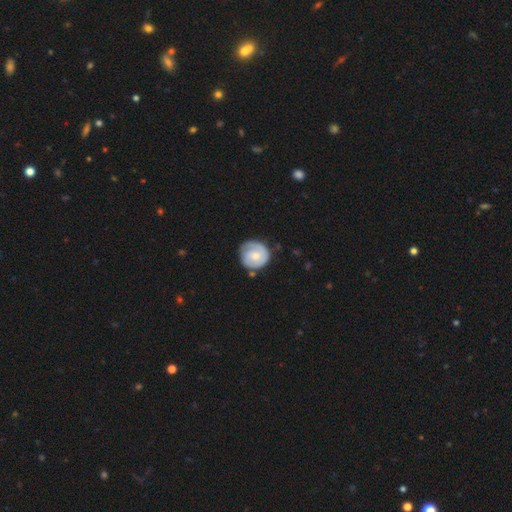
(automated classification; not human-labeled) A featured or disk galaxy (59%) with no bar (70%), spiral arms (84%) and a moderate central bulge (50%). Merging: none (72%).